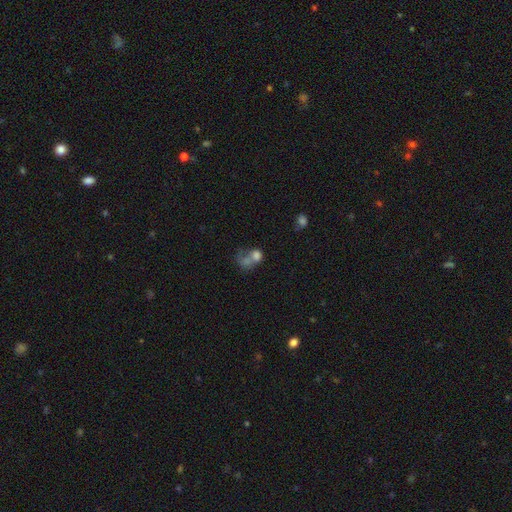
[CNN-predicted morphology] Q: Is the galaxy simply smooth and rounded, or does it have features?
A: smooth — 62%.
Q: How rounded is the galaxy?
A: in between — 52%.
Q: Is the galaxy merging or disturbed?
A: merger — 57%.